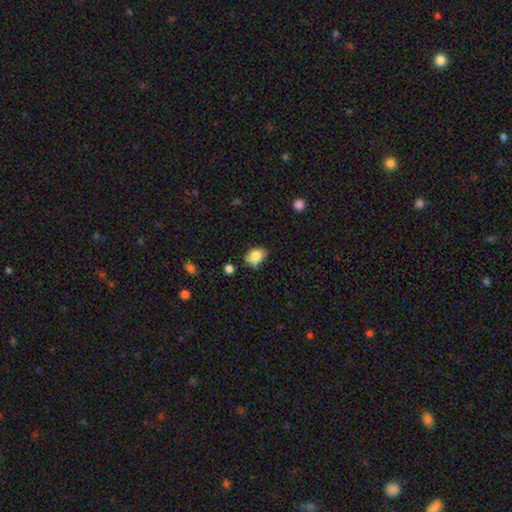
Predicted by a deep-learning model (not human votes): Smooth or featured? Predicted: smooth (p=0.80). How rounded? Predicted: in between (p=0.73). Merging? Predicted: none (p=0.50).